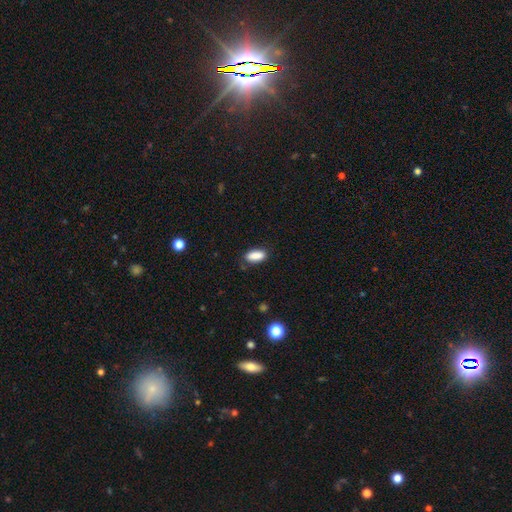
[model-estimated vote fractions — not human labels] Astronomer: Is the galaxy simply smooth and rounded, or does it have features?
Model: smooth — 88%.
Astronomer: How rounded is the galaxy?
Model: in between — 84%.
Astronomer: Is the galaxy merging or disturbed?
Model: none — 82%.